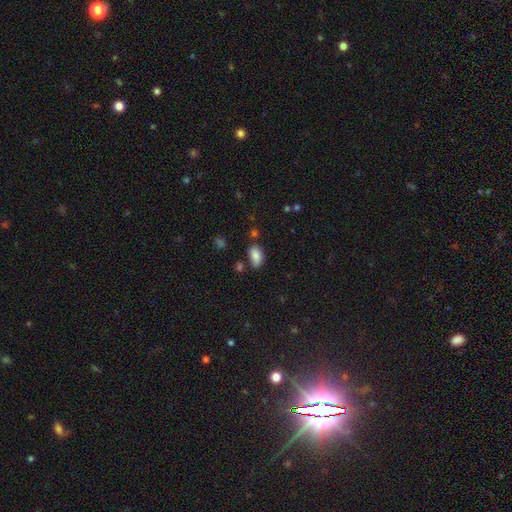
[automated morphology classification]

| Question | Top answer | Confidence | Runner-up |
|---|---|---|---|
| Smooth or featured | smooth | 83% | star or artifact (9%) |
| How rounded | in between | 91% | round (6%) |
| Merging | none | 64% | minor disturbance (23%) |